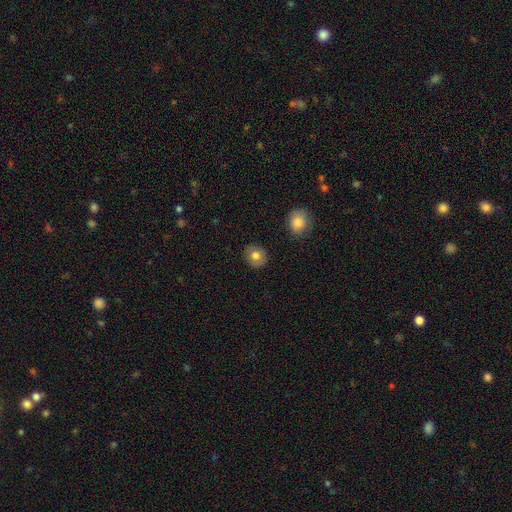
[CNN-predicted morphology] A smooth galaxy with no disk features (78%) that is round (78%). Merging: none (89%).